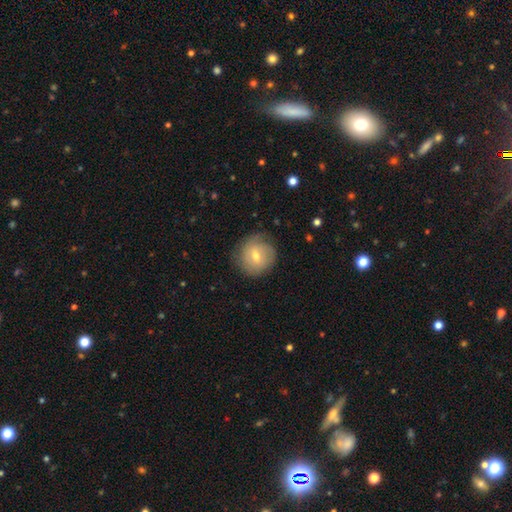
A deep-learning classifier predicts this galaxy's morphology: smooth-or-featured: smooth: 56% | featured or disk: 37% | star or artifact: 8%
  how-rounded: round: 91% | in between: 8% | cigar-shaped: 1%
  merging: none: 77% | minor disturbance: 16% | major disturbance: 5% | merger: 1%